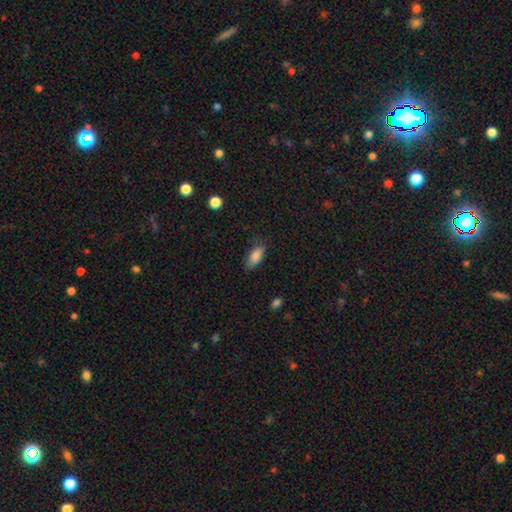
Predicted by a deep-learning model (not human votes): Smooth or featured?
  - smooth: 85% *
  - star or artifact: 8%
  - featured or disk: 7%
How rounded?
  - in between: 82% *
  - cigar-shaped: 15%
  - round: 3%
Merging?
  - none: 72% *
  - minor disturbance: 21%
  - major disturbance: 5%
  - merger: 1%